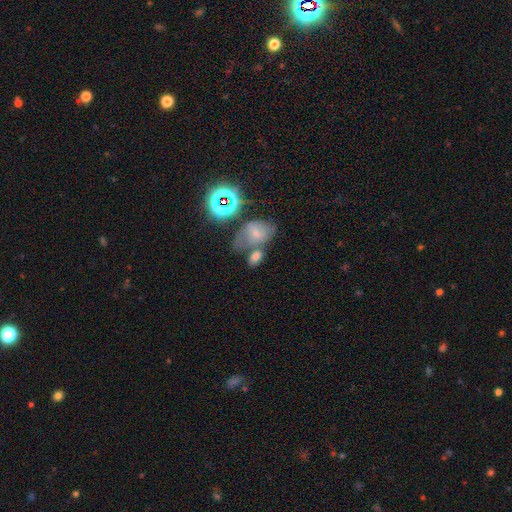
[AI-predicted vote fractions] A smooth galaxy with no disk features (56%) that is in between round and cigar-shaped (80%).

Vote fractions:
- Smooth or featured? smooth: 56% / star or artifact: 23% / featured or disk: 20%
- How rounded? in between: 80% / round: 18% / cigar-shaped: 2%
- Merging? none: 43% / merger: 33% / minor disturbance: 16% / major disturbance: 8%